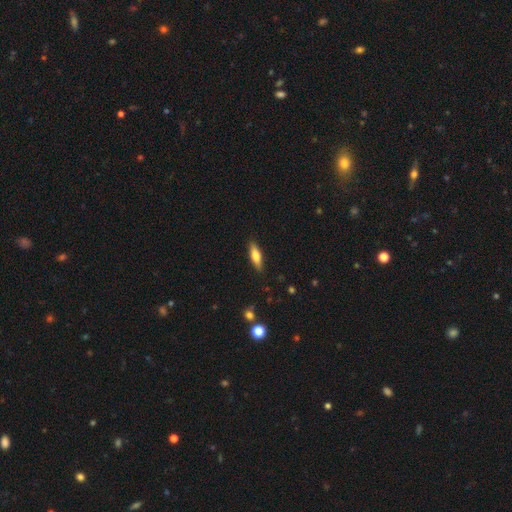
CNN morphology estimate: smooth 66%, featured or disk 27%, star or artifact 6%. Down the decision tree: how rounded — cigar-shaped (53%); merging — none (88%).